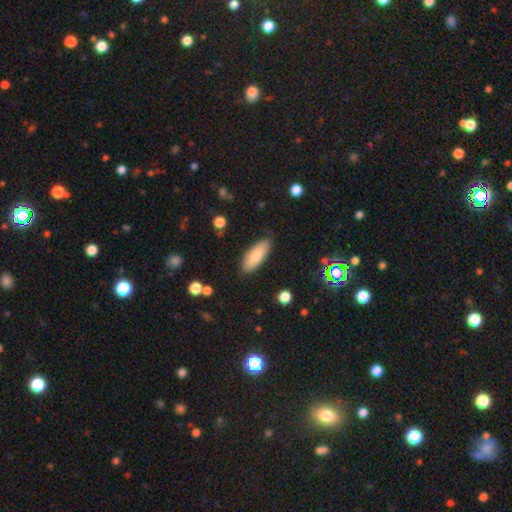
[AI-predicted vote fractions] smooth_or_featured: smooth (p=0.81) [alt: featured or disk p=0.13]
how_rounded: in between (p=0.72) [alt: cigar-shaped p=0.26]
merging: none (p=0.84) [alt: minor disturbance p=0.12]